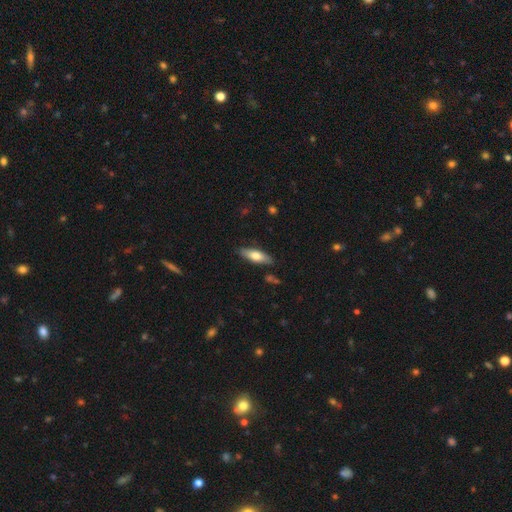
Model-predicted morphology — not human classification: type=smooth (66%); roundness=in between (54%); merging=none (84%).